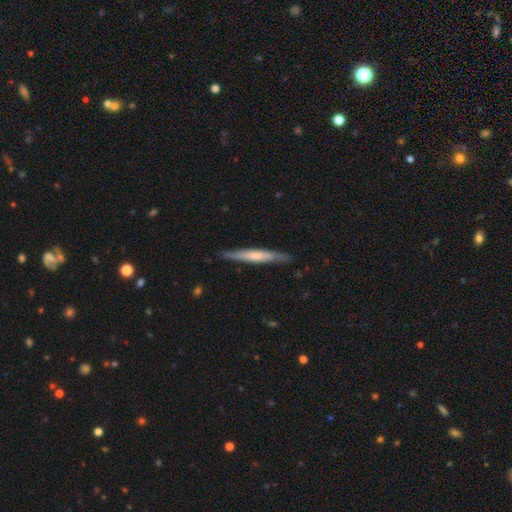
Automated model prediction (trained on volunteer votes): A featured or disk galaxy (47%, tied with smooth). Merging: none (83%).